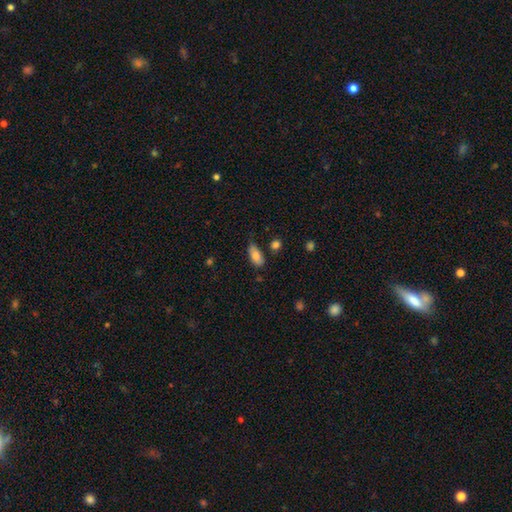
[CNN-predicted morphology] type=smooth (78%); roundness=in between (90%); merging=none (65%).